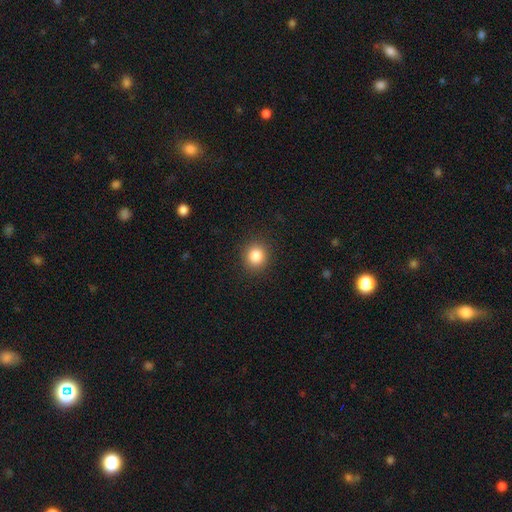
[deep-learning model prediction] A smooth galaxy with no disk features (85%) that is round (88%). Merging: none (91%).